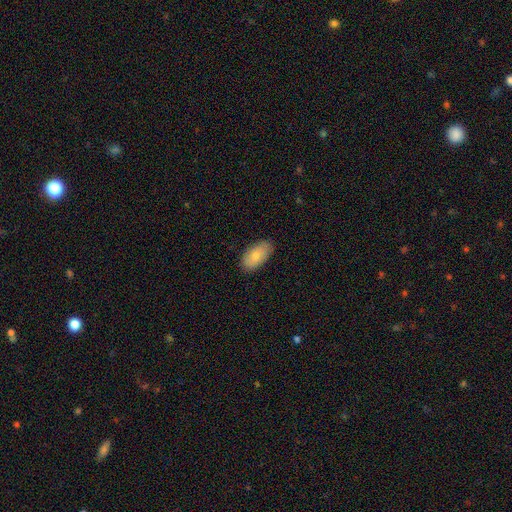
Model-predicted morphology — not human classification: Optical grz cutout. It shows a smooth galaxy with no disk features (81%) that is in between round and cigar-shaped (94%). Merging: none (85%).